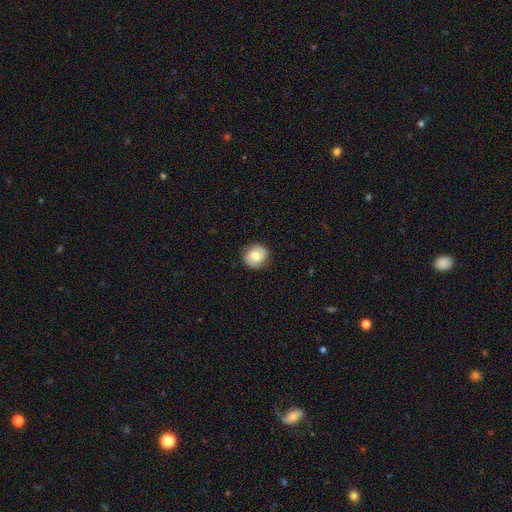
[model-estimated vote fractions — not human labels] Smooth or featured: smooth — 69% (featured or disk — 23%)
How rounded: round — 78% (in between — 21%)
Merging: none — 85% (minor disturbance — 11%)